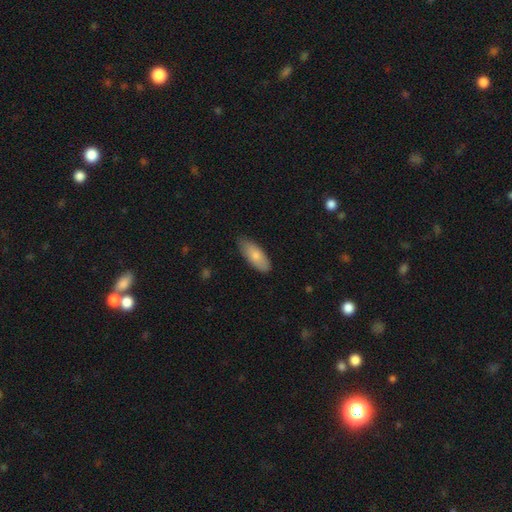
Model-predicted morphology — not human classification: A smooth galaxy with no disk features (81%) that is in between round and cigar-shaped (79%).

Vote fractions:
- Smooth or featured? smooth: 81% / featured or disk: 14% / star or artifact: 6%
- How rounded? in between: 79% / cigar-shaped: 19% / round: 2%
- Merging? none: 79% / minor disturbance: 17% / major disturbance: 2% / merger: 1%